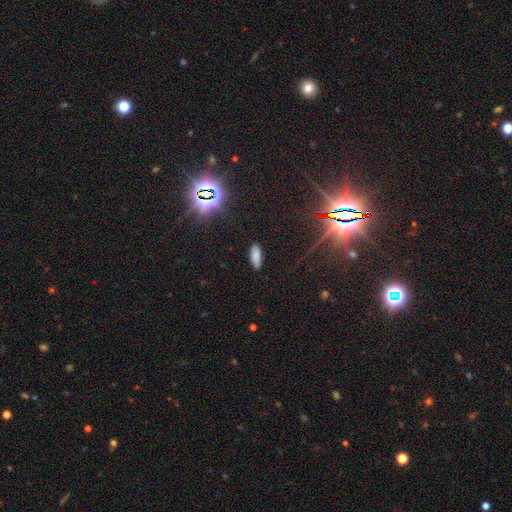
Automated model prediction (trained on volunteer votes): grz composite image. It shows a smooth galaxy with no disk features (78%) that is in between round and cigar-shaped (77%). Merging: none (87%).